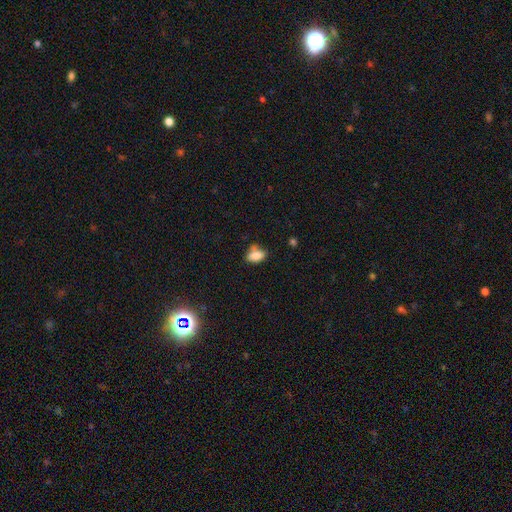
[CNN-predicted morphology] This is clearly a smooth galaxy (82%). How rounded: clearly in between (85%). Merging: possibly none (54%).